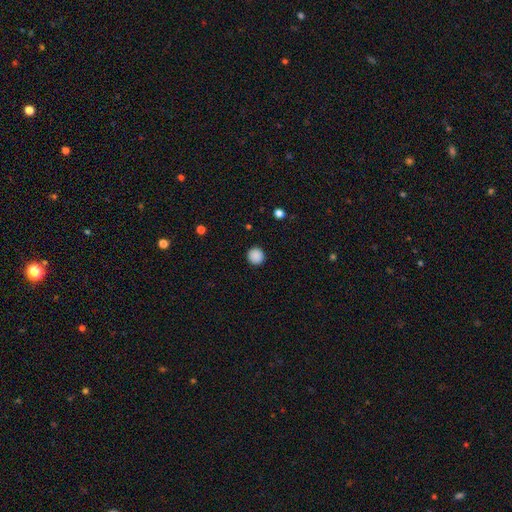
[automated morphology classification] smooth 88%, star or artifact 9%, featured or disk 2%. Down the decision tree: how rounded — round (94%); merging — none (92%).